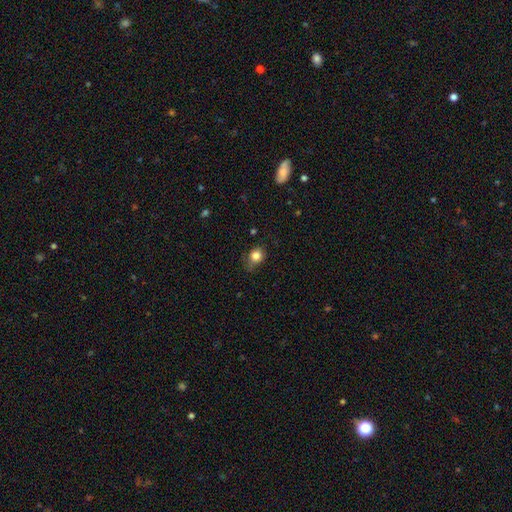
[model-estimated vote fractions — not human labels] Smooth or featured?
  - smooth: 83% *
  - star or artifact: 11%
  - featured or disk: 7%
How rounded?
  - round: 66% *
  - in between: 33%
  - cigar-shaped: 1%
Merging?
  - none: 62% *
  - minor disturbance: 28%
  - major disturbance: 8%
  - merger: 2%